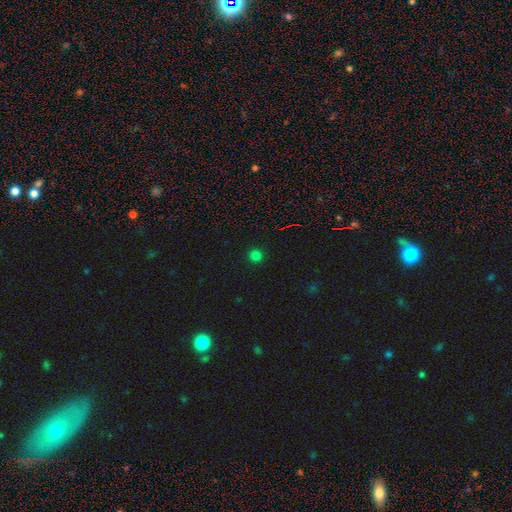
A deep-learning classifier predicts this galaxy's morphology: The model was most divided on "smooth or featured": smooth: 78%, star or artifact: 18%, featured or disk: 3%. More confident: how rounded — round (95%); merging — none (93%).